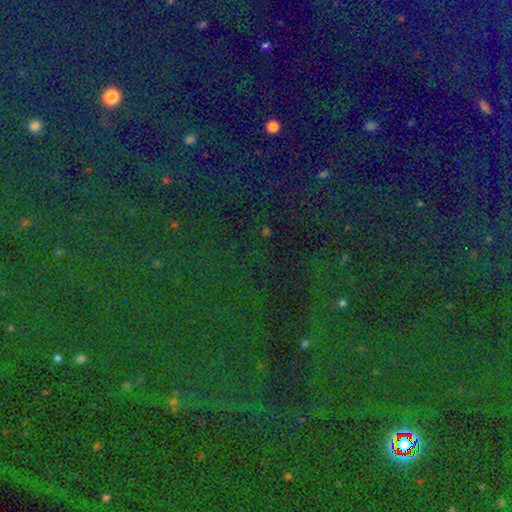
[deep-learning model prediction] Morphology: type=star or artifact (79%).